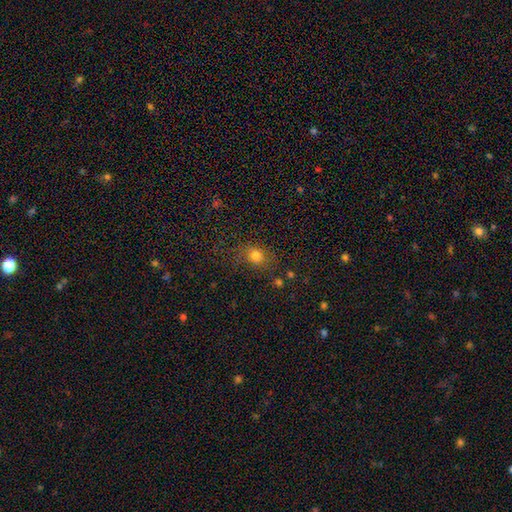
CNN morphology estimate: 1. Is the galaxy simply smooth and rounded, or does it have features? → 77% smooth, 16% star or artifact, 8% featured or disk.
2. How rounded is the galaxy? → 61% round, 37% in between, 2% cigar-shaped.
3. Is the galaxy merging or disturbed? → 72% none, 16% minor disturbance, 8% major disturbance, 3% merger.